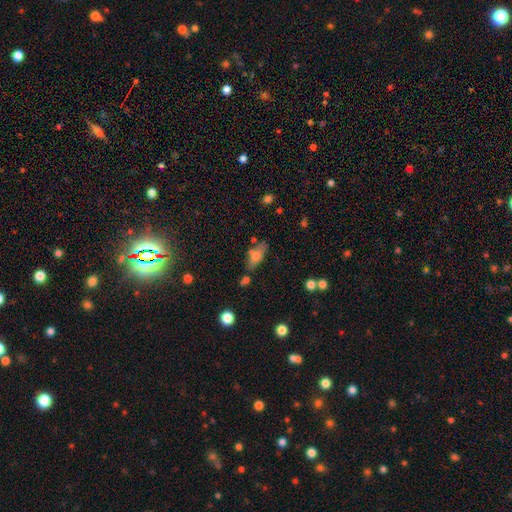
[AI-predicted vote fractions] Smooth or featured? Predicted: smooth (p=0.65). How rounded? Predicted: in between (p=0.71). Merging? Predicted: none (p=0.63).